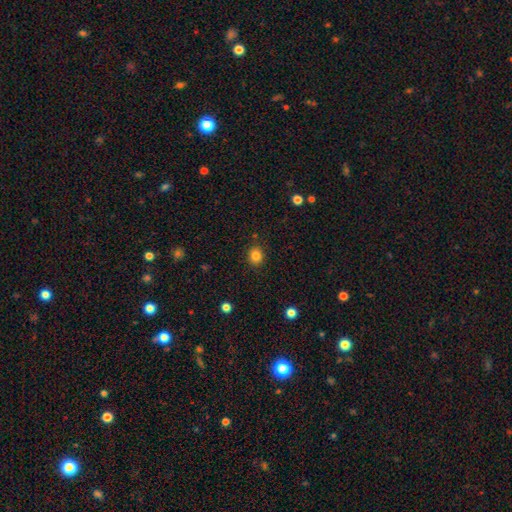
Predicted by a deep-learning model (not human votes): Overall: smooth (83%). How rounded: round (77%). Merging: none (88%).